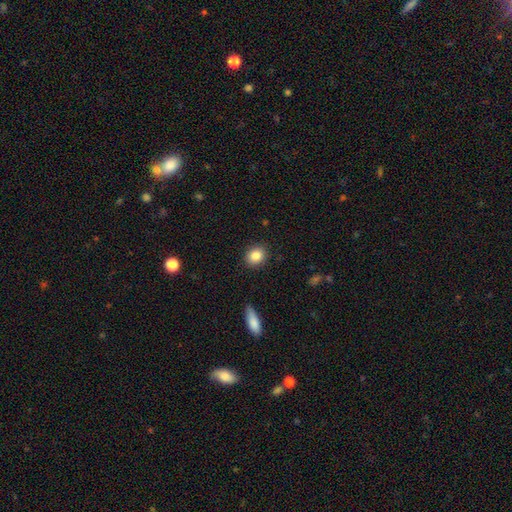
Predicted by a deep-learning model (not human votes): smooth 86%, star or artifact 9%, featured or disk 6%. Down the decision tree: how rounded — round (66%); merging — none (89%).